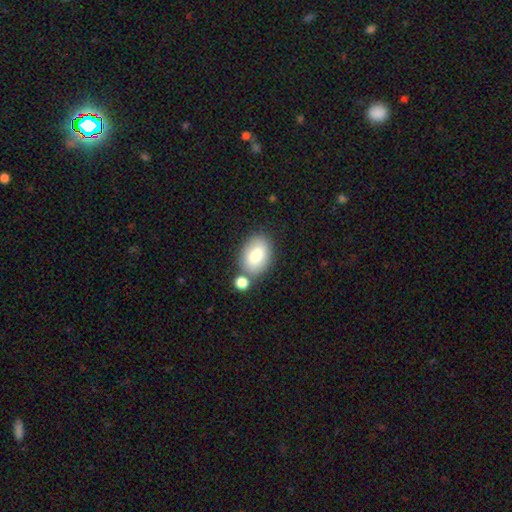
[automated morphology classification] smooth-or-featured: smooth: 80% | featured or disk: 13% | star or artifact: 8%
  how-rounded: in between: 83% | round: 16% | cigar-shaped: 1%
  merging: none: 69% | merger: 15% | minor disturbance: 12% | major disturbance: 3%